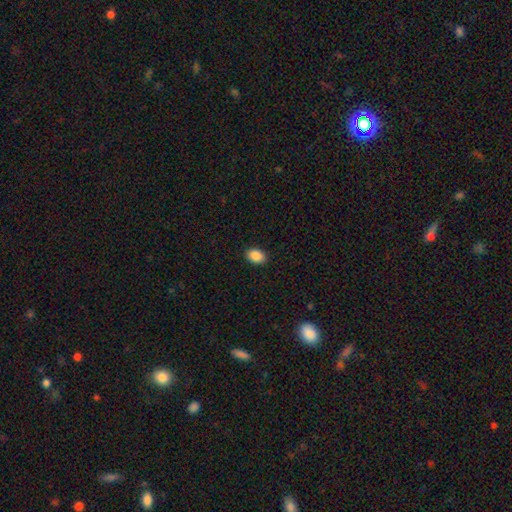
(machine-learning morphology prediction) Smooth or featured? Predicted: smooth (p=0.89). How rounded? Predicted: in between (p=0.81). Merging? Predicted: none (p=0.90).